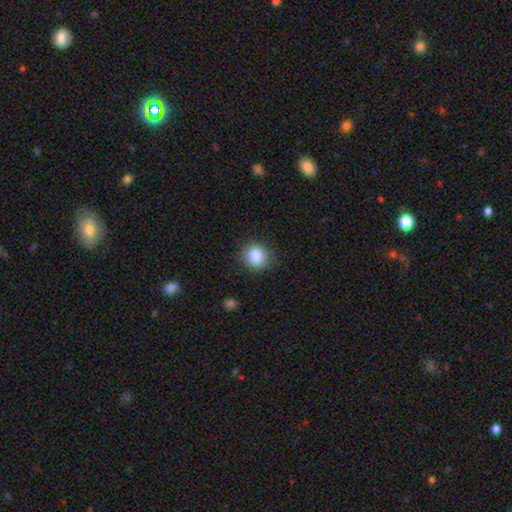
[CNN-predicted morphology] smooth-or-featured: smooth: 87% | star or artifact: 9% | featured or disk: 4%
  how-rounded: round: 85% | in between: 14% | cigar-shaped: 1%
  merging: none: 85% | minor disturbance: 10% | major disturbance: 3% | merger: 1%